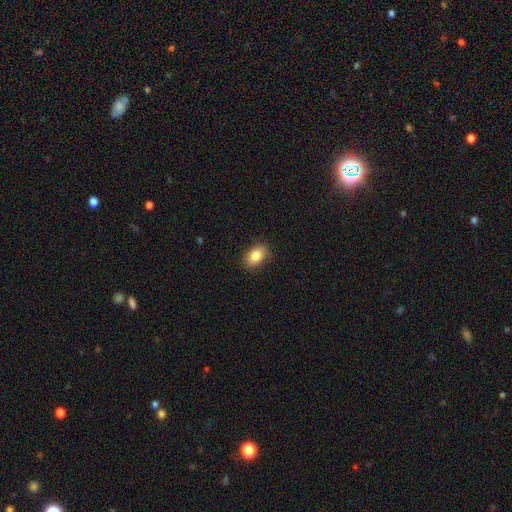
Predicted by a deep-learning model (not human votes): This is clearly a smooth galaxy (84%). How rounded: clearly in between (83%). Merging: clearly none (87%).